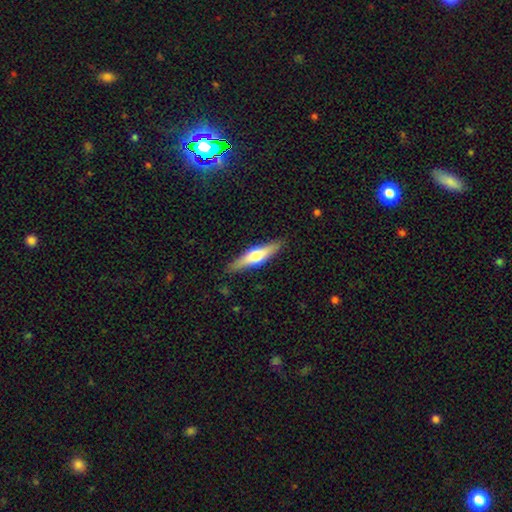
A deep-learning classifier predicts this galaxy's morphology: A featured or disk galaxy (52%) viewed edge-on (94%).

Vote fractions:
- Smooth or featured? featured or disk: 52% / smooth: 42% / star or artifact: 6%
- Edge-on disk? yes: 94% / no: 6%
- Merging? none: 89% / minor disturbance: 8% / major disturbance: 2% / merger: 1%